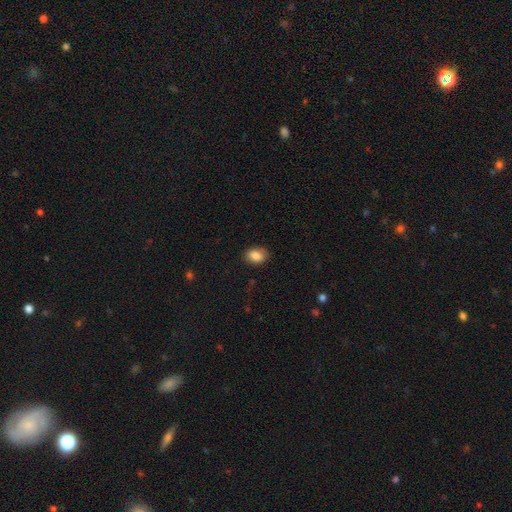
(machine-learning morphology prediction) This is clearly a smooth galaxy (86%). How rounded: likely in between (76%). Merging: clearly none (84%).